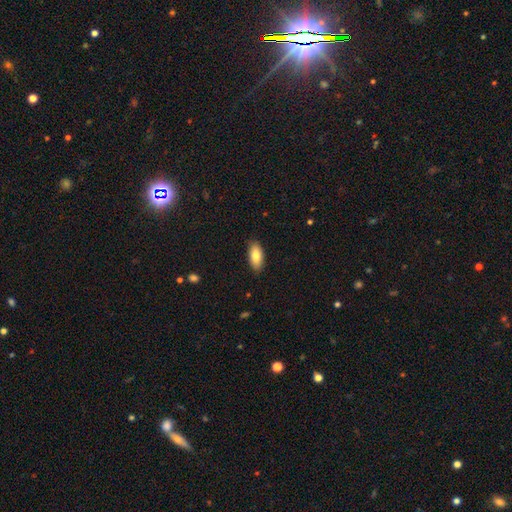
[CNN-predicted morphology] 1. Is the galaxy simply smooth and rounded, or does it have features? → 82% smooth, 11% featured or disk, 6% star or artifact.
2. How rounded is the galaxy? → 88% in between, 9% cigar-shaped, 2% round.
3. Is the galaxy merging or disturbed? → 87% none, 10% minor disturbance, 2% major disturbance, 1% merger.